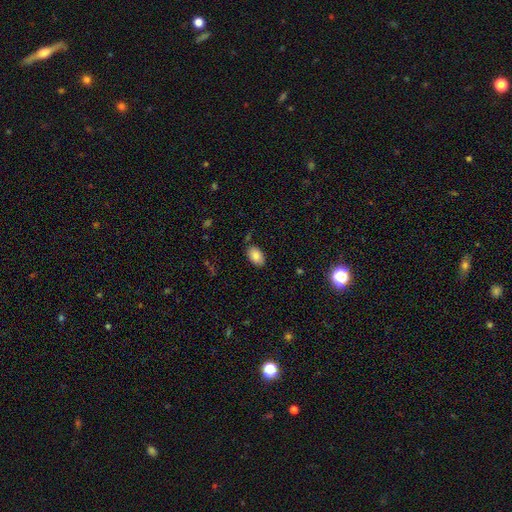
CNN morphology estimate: smooth 85%, star or artifact 8%, featured or disk 7%. Down the decision tree: how rounded — in between (92%); merging — none (81%).